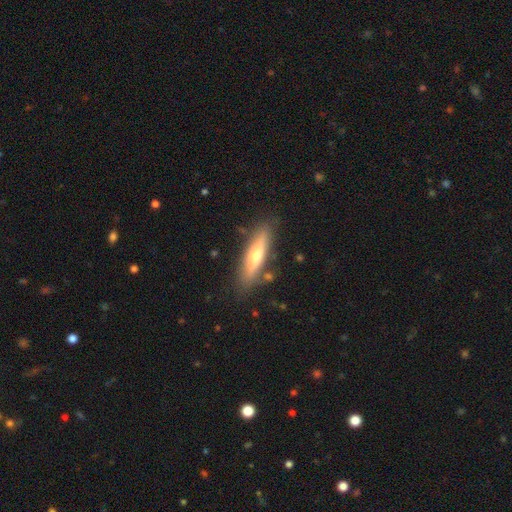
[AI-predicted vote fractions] This appears to be a smooth galaxy with no disk features (52%) that is cigar-shaped (76%). Merging: none (82%).